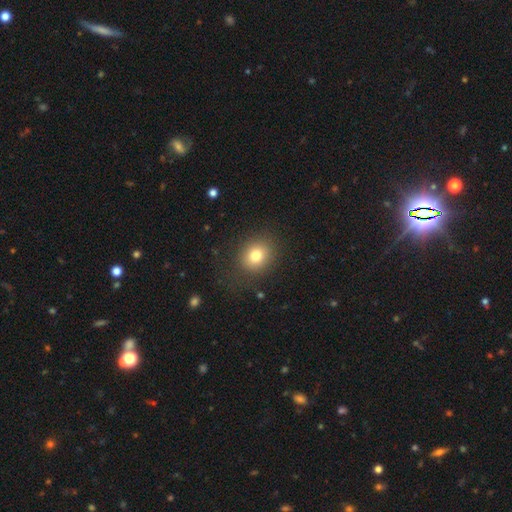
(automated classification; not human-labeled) The model was most divided on "how rounded": round: 67%, in between: 32%, cigar-shaped: 1%. More confident: merging — none (83%); smooth or featured — smooth (78%).